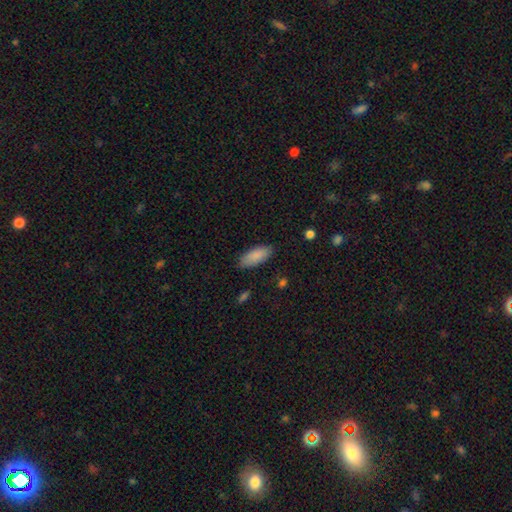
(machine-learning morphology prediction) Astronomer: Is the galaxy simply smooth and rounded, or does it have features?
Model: smooth — 88%.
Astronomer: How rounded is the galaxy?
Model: in between — 82%.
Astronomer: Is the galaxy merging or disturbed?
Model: none — 85%.